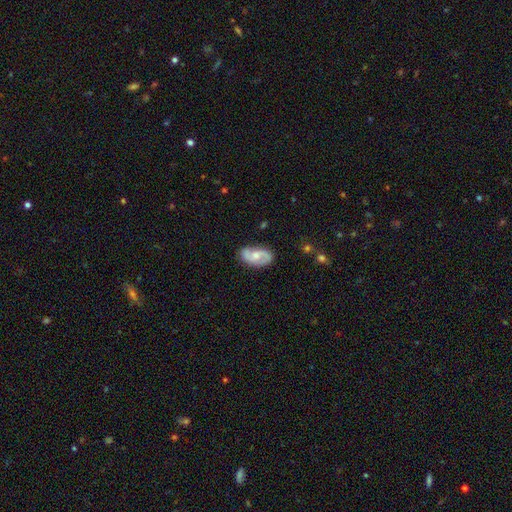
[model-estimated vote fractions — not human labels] featured or disk 72%, smooth 22%, star or artifact 6%. Down the decision tree: edge-on disk — no (96%); bar — no (54%); spiral arms — yes (93%); spiral arm count — 2 (88%); spiral winding — medium (46%); bulge size — moderate (56%); merging — none (78%).